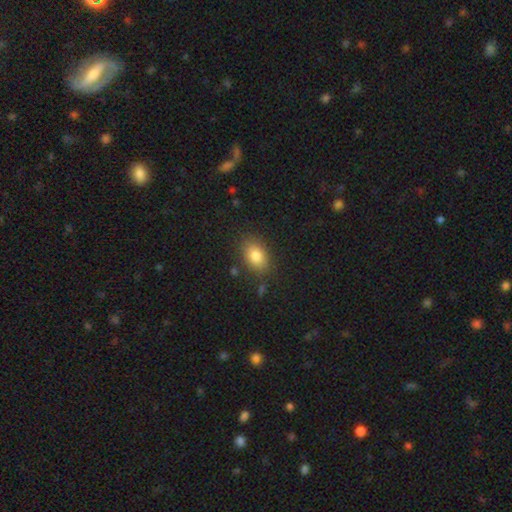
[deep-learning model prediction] Smooth or featured? smooth (83%)
How rounded? in between (84%)
Merging? none (82%)